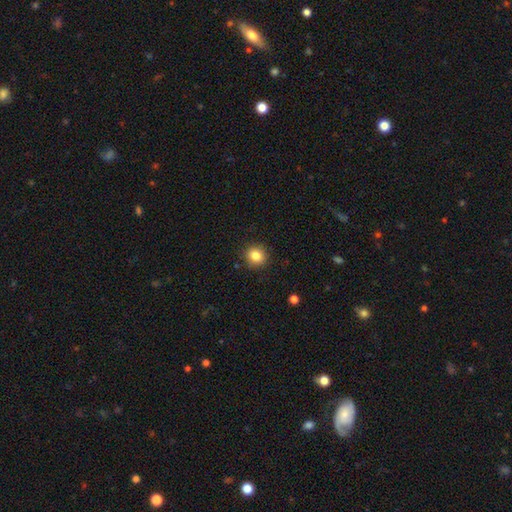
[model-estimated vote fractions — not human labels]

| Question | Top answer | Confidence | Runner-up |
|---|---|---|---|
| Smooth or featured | smooth | 84% | star or artifact (11%) |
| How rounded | round | 87% | in between (12%) |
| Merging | none | 90% | minor disturbance (7%) |